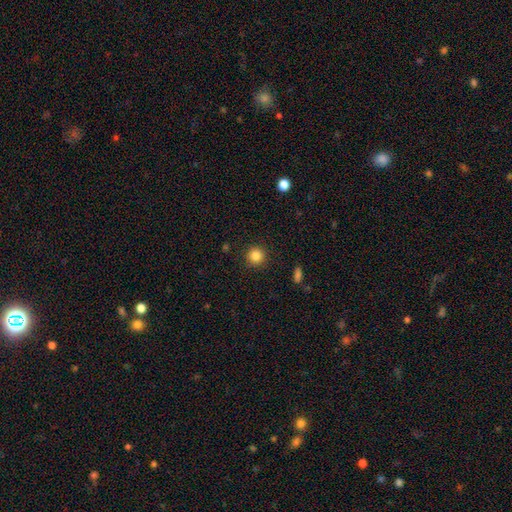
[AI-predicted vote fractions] Smooth or featured?
  - smooth: 85% *
  - star or artifact: 11%
  - featured or disk: 5%
How rounded?
  - round: 94% *
  - in between: 5%
  - cigar-shaped: 1%
Merging?
  - none: 91% *
  - minor disturbance: 6%
  - major disturbance: 2%
  - merger: 1%